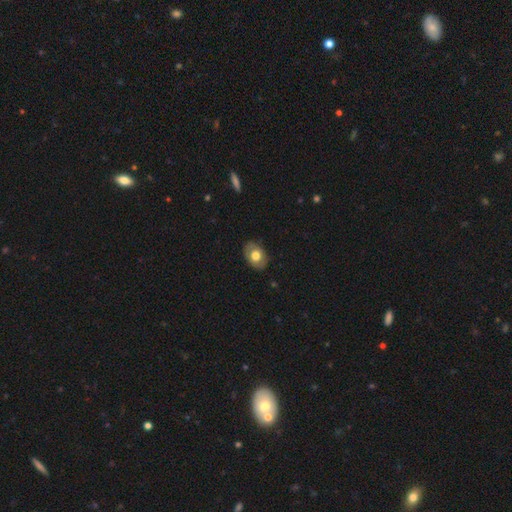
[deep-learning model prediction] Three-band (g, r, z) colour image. It shows a smooth galaxy with no disk features (59%) that is in between round and cigar-shaped (75%). Merging: none (82%).